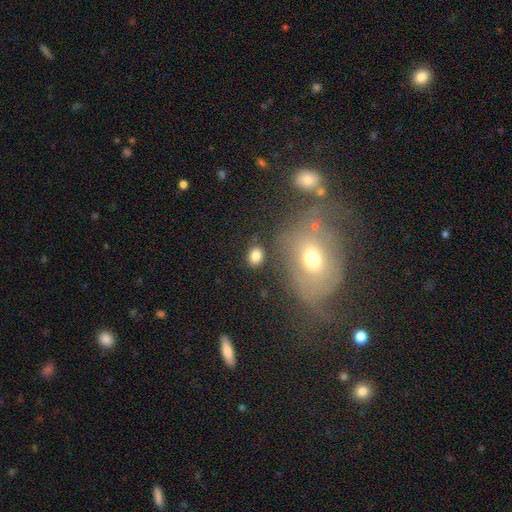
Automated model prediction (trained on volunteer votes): smooth 82%, star or artifact 10%, featured or disk 8%. Down the decision tree: how rounded — in between (64%); merging — none (78%).